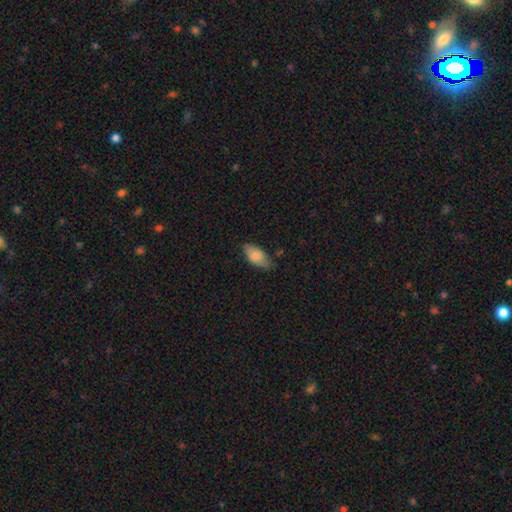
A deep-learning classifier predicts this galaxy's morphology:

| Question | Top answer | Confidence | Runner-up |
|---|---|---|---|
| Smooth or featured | smooth | 78% | featured or disk (15%) |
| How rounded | in between | 91% | cigar-shaped (6%) |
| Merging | none | 66% | minor disturbance (28%) |